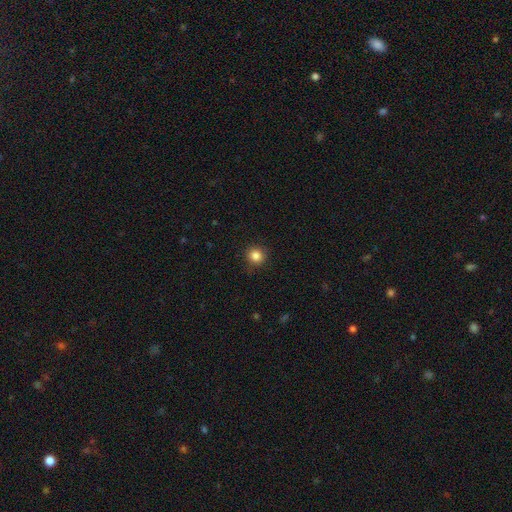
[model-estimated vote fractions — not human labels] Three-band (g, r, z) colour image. It shows a smooth galaxy with no disk features (85%) that is round (92%). Merging: none (88%).